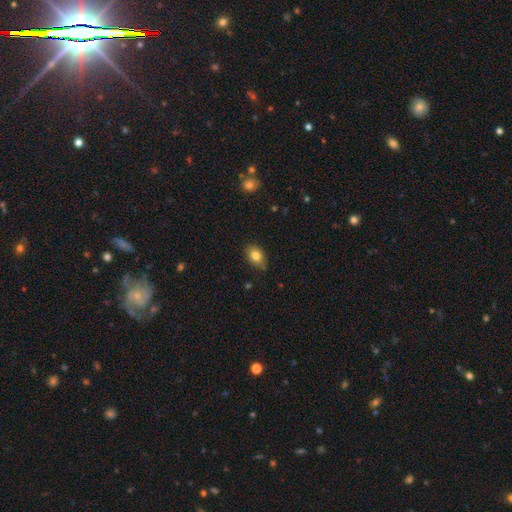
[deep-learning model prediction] A smooth galaxy with no disk features (81%) that is in between round and cigar-shaped (75%). Merging: none (79%).